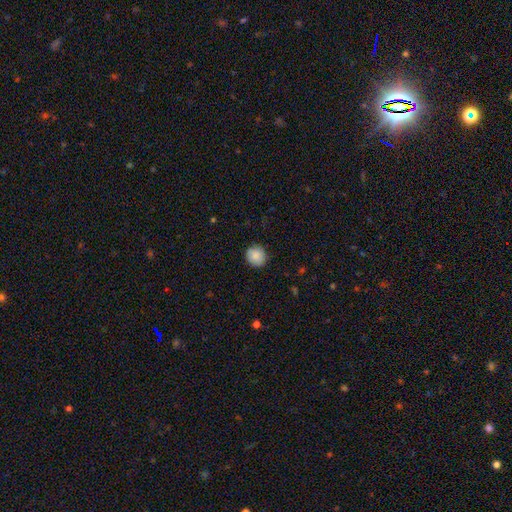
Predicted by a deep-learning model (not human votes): A smooth galaxy with no disk features (86%) that is round (88%). Merging: none (86%).